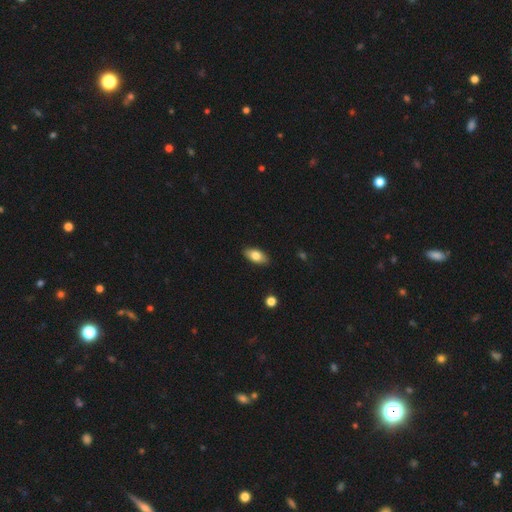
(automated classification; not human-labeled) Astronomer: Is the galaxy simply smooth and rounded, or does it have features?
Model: smooth — 78%.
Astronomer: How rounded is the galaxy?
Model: in between — 91%.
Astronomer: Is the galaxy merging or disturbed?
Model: none — 89%.